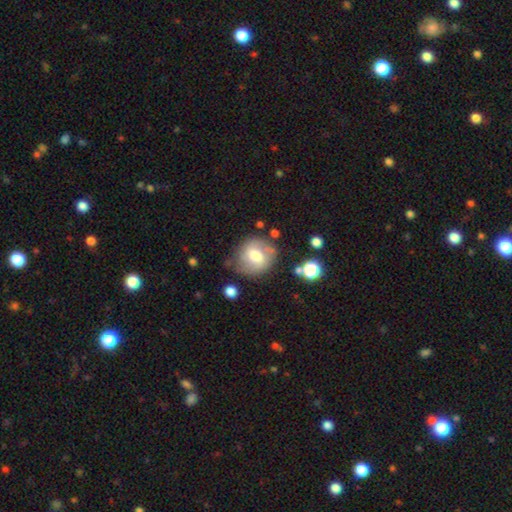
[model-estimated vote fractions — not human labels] smooth-or-featured: smooth: 59% | featured or disk: 31% | star or artifact: 9%
  how-rounded: round: 83% | in between: 16% | cigar-shaped: 1%
  merging: none: 69% | minor disturbance: 19% | major disturbance: 7% | merger: 4%